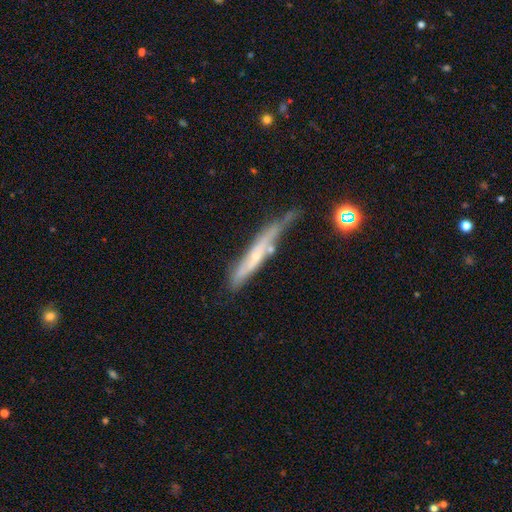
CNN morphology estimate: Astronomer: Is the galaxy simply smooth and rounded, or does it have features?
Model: featured or disk — 60%.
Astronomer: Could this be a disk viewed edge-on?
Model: yes — 77%.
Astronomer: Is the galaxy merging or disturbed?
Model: none — 44% (runner-up: minor disturbance, 34%).